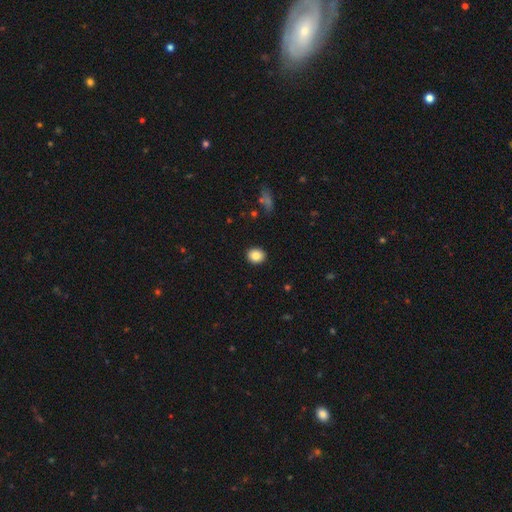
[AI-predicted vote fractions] Smooth or featured?
  - smooth: 84% *
  - star or artifact: 9%
  - featured or disk: 6%
How rounded?
  - round: 75% *
  - in between: 24%
  - cigar-shaped: 1%
Merging?
  - none: 91% *
  - minor disturbance: 6%
  - major disturbance: 2%
  - merger: 1%